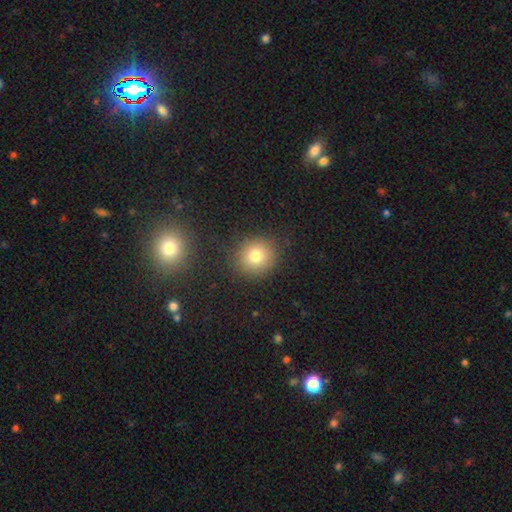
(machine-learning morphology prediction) smooth 77%, star or artifact 14%, featured or disk 9%. Down the decision tree: how rounded — round (89%); merging — none (87%).